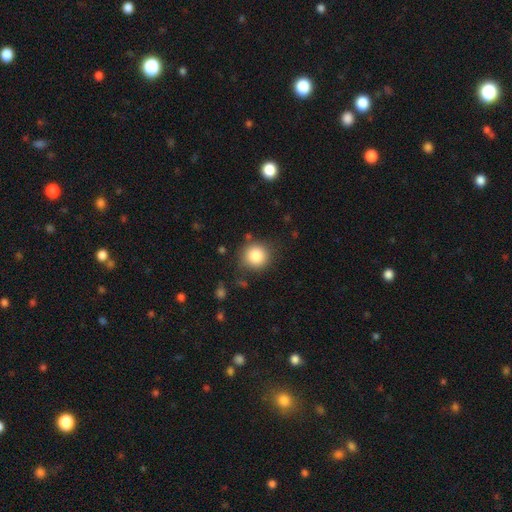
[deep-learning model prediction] A smooth galaxy with no disk features (84%) that is round (92%).

Vote fractions:
- Smooth or featured? smooth: 84% / star or artifact: 10% / featured or disk: 6%
- How rounded? round: 92% / in between: 7% / cigar-shaped: 1%
- Merging? none: 84% / minor disturbance: 11% / major disturbance: 3% / merger: 2%